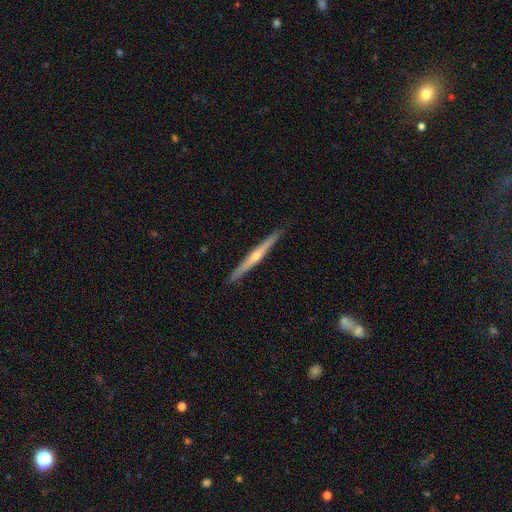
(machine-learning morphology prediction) Smooth or featured? featured or disk (76%)
Edge-on disk? yes (98%)
Edge-on bulge? rounded (82%)
Merging? none (91%)